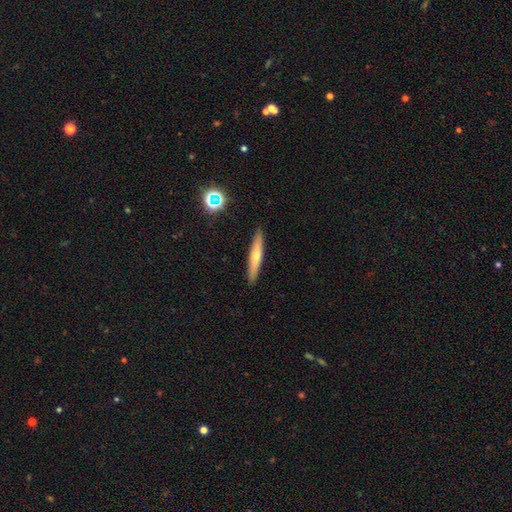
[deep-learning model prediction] A smooth galaxy with no disk features (49%). Merging: none (90%).